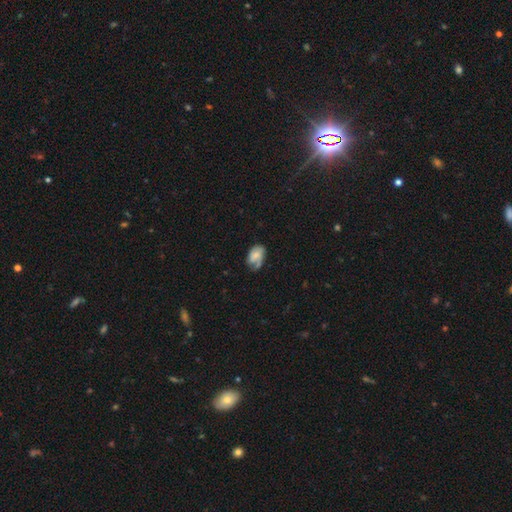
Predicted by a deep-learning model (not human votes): Q: Smooth or featured?
A: smooth (55%); runner-up: featured or disk (36%)
Q: How rounded?
A: in between (88%); runner-up: round (10%)
Q: Merging?
A: none (44%); runner-up: minor disturbance (32%)